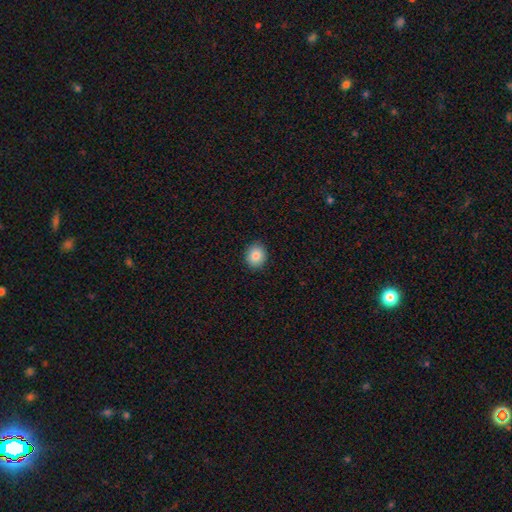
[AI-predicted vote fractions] smooth 85%, star or artifact 9%, featured or disk 7%. Down the decision tree: how rounded — round (73%); merging — none (90%).